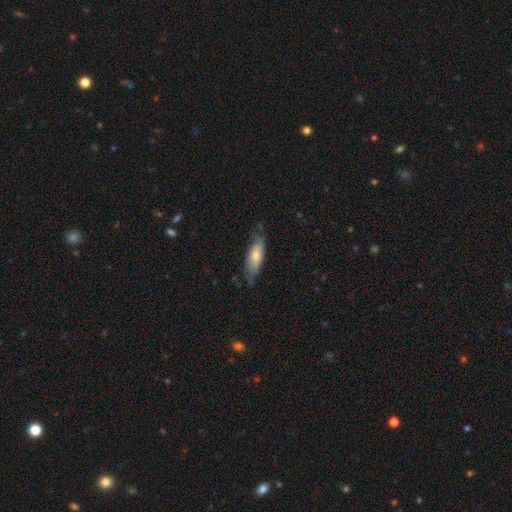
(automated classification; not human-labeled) smooth_or_featured: smooth (p=0.65) [alt: featured or disk p=0.30]
how_rounded: in between (p=0.60) [alt: cigar-shaped p=0.39]
merging: none (p=0.60) [alt: minor disturbance p=0.30]